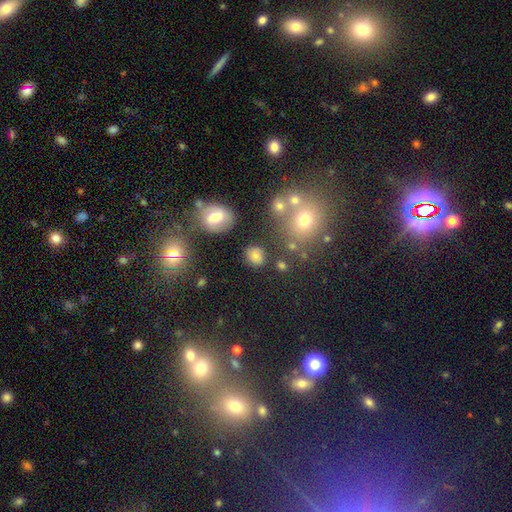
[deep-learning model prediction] Overall: smooth (76%). How rounded: round (64%; in between 34%). Merging: none (77%).